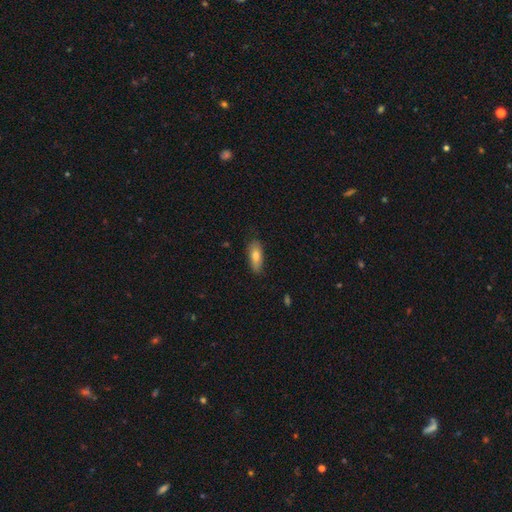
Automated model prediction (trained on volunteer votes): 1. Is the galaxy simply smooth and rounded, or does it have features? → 77% smooth, 17% featured or disk, 7% star or artifact.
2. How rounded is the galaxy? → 73% in between, 25% cigar-shaped, 3% round.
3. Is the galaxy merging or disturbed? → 79% none, 17% minor disturbance, 3% major disturbance, 1% merger.